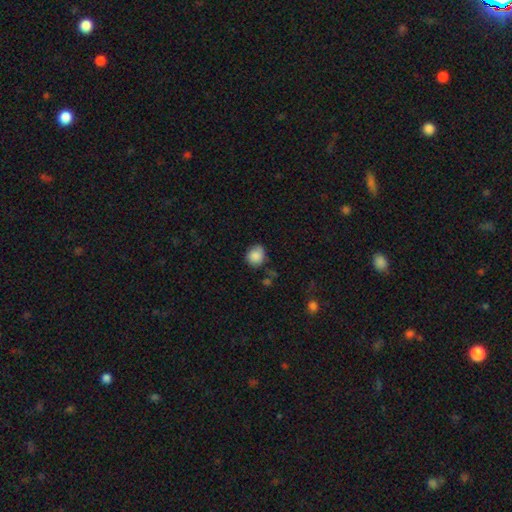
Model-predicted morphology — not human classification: Smooth or featured: smooth — 86% (star or artifact — 8%)
How rounded: round — 70% (in between — 29%)
Merging: none — 69% (minor disturbance — 24%)